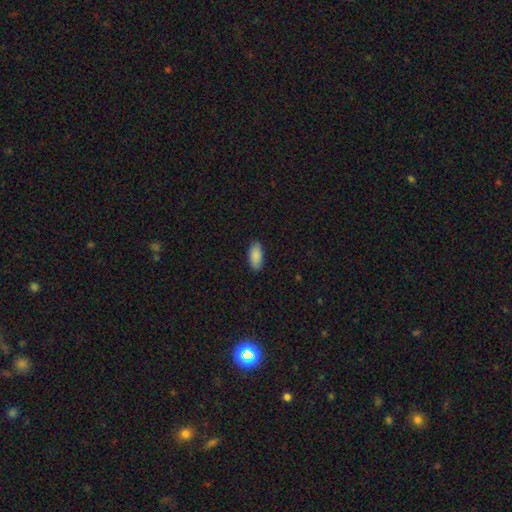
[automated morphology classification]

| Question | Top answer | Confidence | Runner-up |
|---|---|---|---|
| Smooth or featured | smooth | 88% | star or artifact (6%) |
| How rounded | in between | 89% | cigar-shaped (9%) |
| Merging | none | 88% | minor disturbance (9%) |